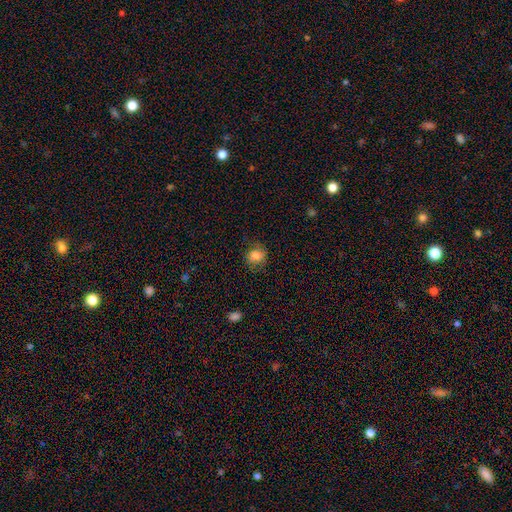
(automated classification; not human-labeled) A smooth galaxy with no disk features (81%) that is round (75%).

Vote fractions:
- Smooth or featured? smooth: 81% / star or artifact: 10% / featured or disk: 9%
- How rounded? round: 75% / in between: 24% / cigar-shaped: 1%
- Merging? none: 76% / minor disturbance: 17% / major disturbance: 6% / merger: 1%